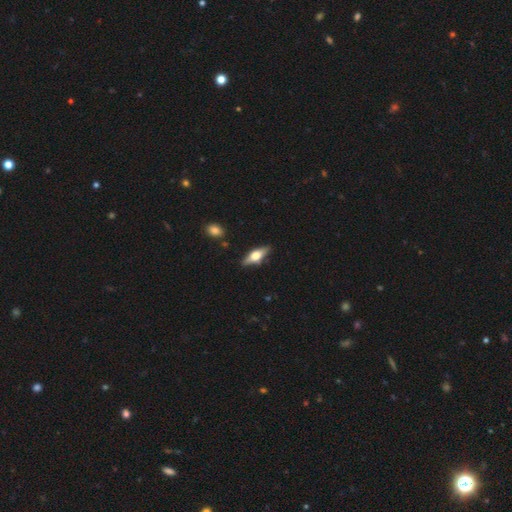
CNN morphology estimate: A featured or disk galaxy (54%) viewed edge-on (92%).

Vote fractions:
- Smooth or featured? featured or disk: 54% / smooth: 40% / star or artifact: 6%
- Edge-on disk? yes: 92% / no: 8%
- Merging? none: 85% / minor disturbance: 11% / major disturbance: 2% / merger: 2%